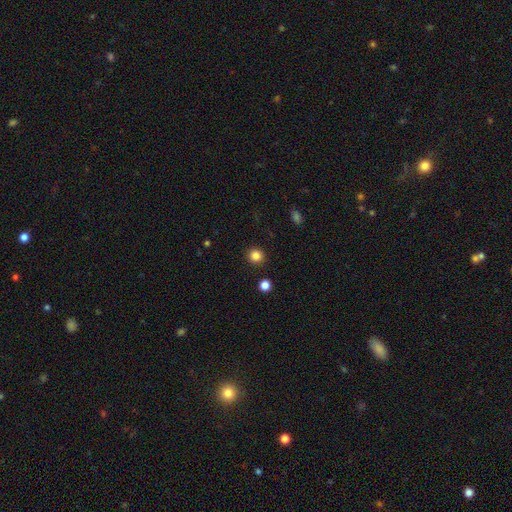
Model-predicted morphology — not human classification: smooth 84%, star or artifact 12%, featured or disk 4%. Down the decision tree: how rounded — round (93%); merging — none (92%).